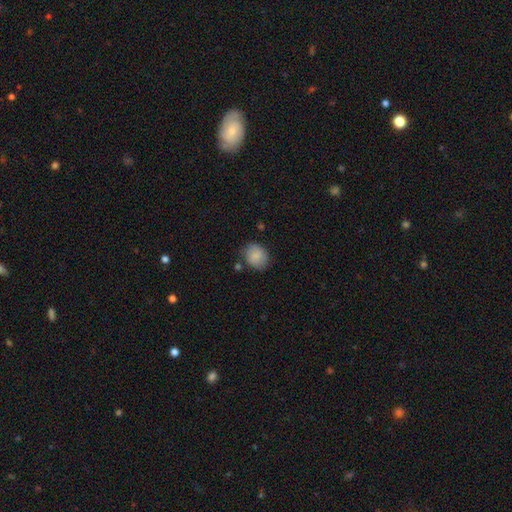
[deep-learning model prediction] This is clearly a smooth galaxy (81%). How rounded: likely round (61%). Merging: likely none (76%).